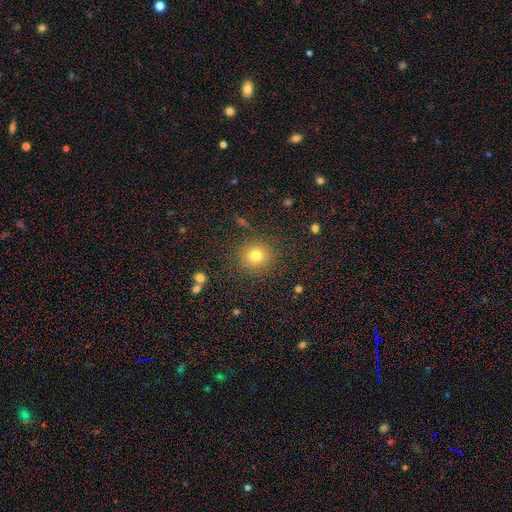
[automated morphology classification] Smooth or featured? Predicted: smooth (p=0.77). How rounded? Predicted: round (p=0.90). Merging? Predicted: none (p=0.87).